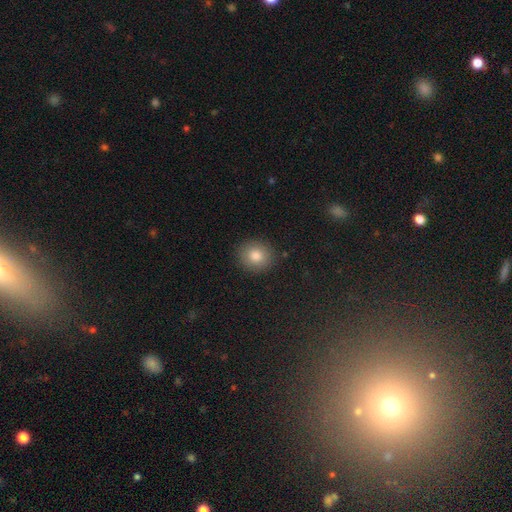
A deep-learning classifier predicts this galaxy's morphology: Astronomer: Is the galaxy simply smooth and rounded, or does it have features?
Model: smooth — 83%.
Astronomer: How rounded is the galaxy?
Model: round — 83%.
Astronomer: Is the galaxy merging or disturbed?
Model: none — 89%.